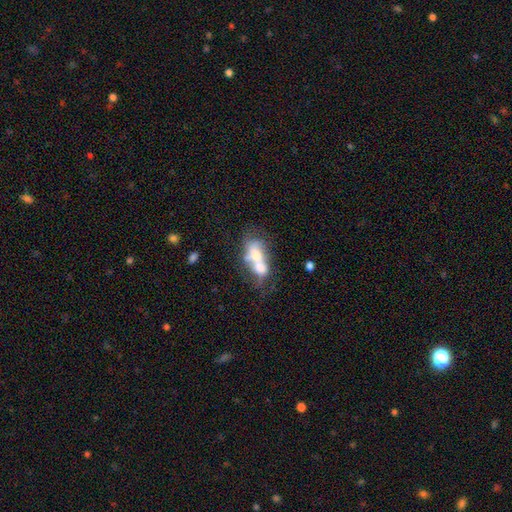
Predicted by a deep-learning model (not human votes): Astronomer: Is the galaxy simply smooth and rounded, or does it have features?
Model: smooth — 47% (runner-up: featured or disk, 43%).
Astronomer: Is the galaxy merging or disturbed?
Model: merger — 66%.